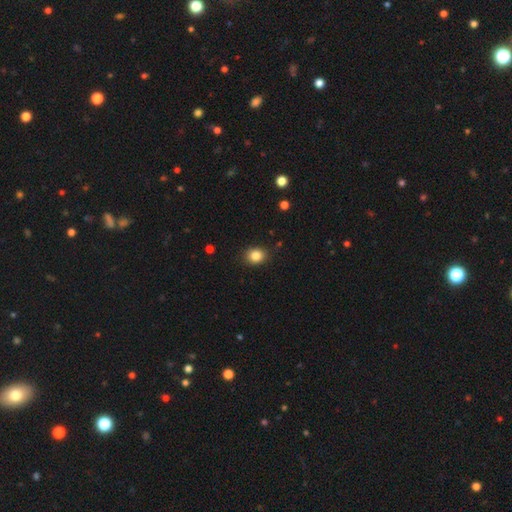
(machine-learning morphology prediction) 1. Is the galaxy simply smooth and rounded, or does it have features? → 85% smooth, 10% star or artifact, 5% featured or disk.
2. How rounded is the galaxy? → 63% round, 36% in between, 1% cigar-shaped.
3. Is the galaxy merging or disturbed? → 87% none, 10% minor disturbance, 2% major disturbance, 1% merger.